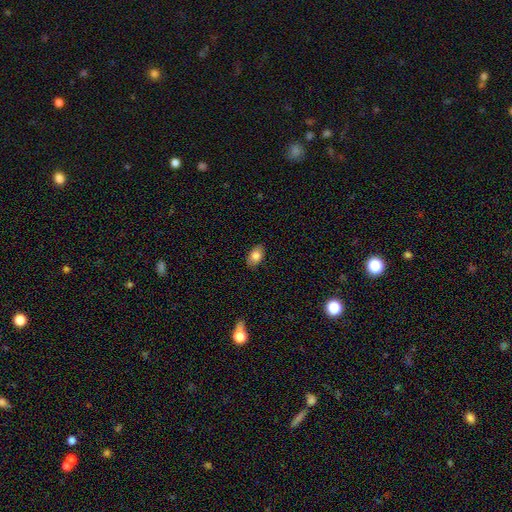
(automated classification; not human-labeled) Smooth or featured? smooth (81%)
How rounded? in between (89%)
Merging? none (86%)